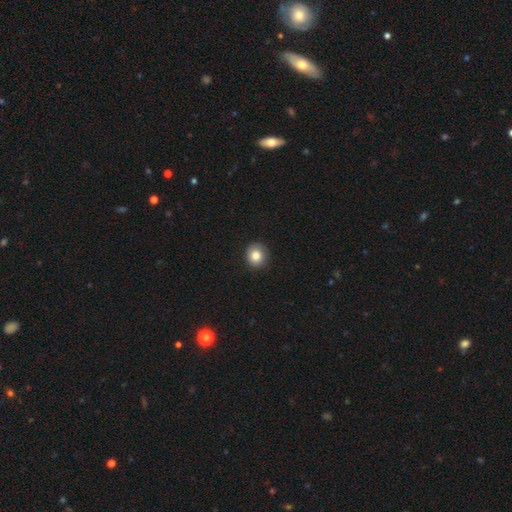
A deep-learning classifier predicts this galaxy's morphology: smooth-or-featured: smooth: 84% | star or artifact: 9% | featured or disk: 7%
  how-rounded: round: 80% | in between: 19% | cigar-shaped: 1%
  merging: none: 87% | minor disturbance: 10% | major disturbance: 2% | merger: 1%